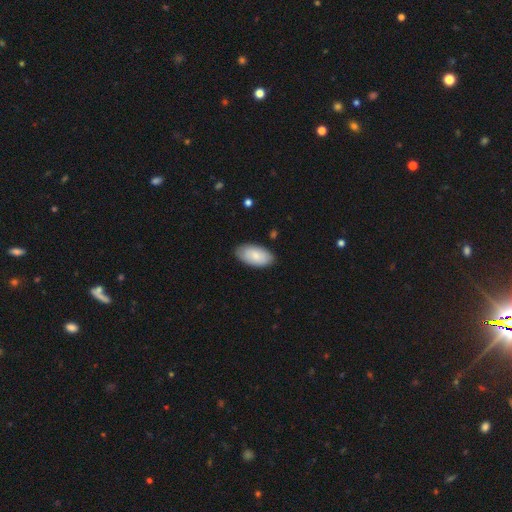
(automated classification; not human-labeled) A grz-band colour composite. It shows a smooth galaxy with no disk features (81%) that is in between round and cigar-shaped (96%). Merging: none (85%).